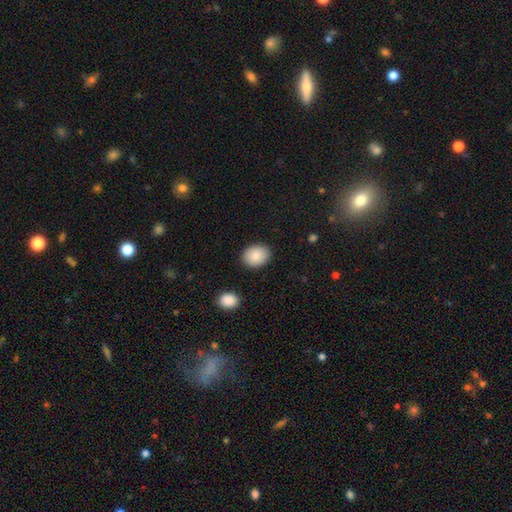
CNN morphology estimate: type=smooth (87%); roundness=in between (60%); merging=none (88%).